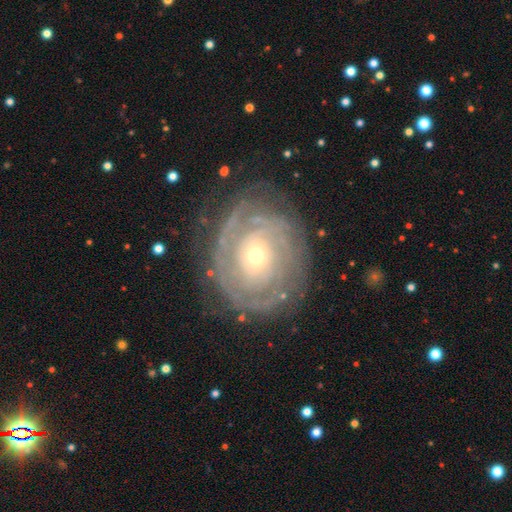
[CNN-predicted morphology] This is clearly a featured or disk galaxy (81%). It is clearly not viewed edge-on (96%). Bar: likely no (79%). Spiral arm pattern: clearly yes (86%). Spiral arm count: marginally can't tell (44%). Spiral winding: likely tight (79%). Central bulge: possibly small (58%). Merging: likely none (76%).